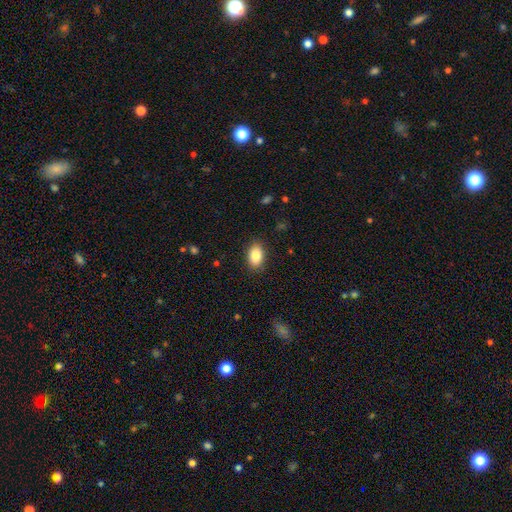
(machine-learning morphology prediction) This appears to be a smooth galaxy with no disk features (86%) that is in between round and cigar-shaped (90%). Merging: none (88%).